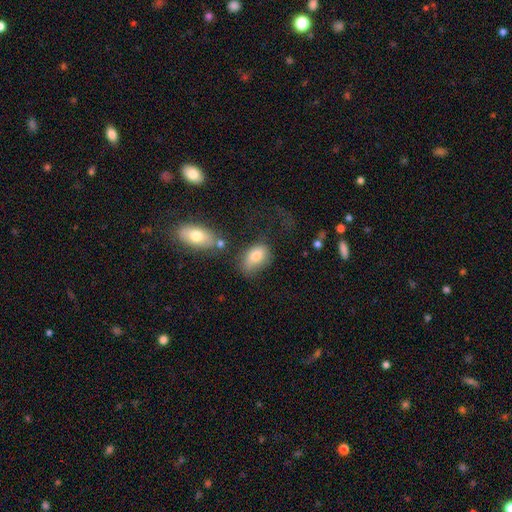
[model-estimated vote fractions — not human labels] Smooth or featured: smooth — 78% (featured or disk — 13%)
How rounded: in between — 87% (round — 11%)
Merging: none — 45% (minor disturbance — 28%)